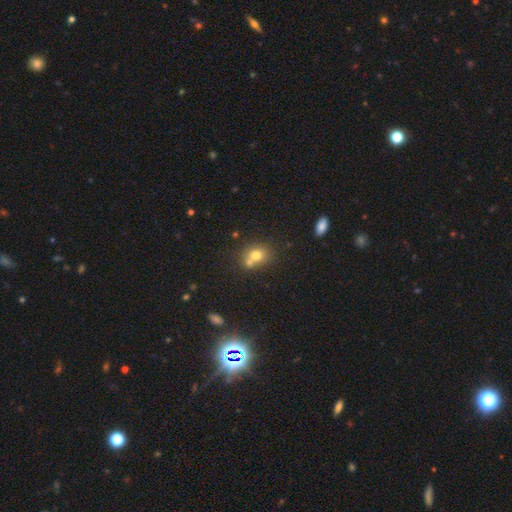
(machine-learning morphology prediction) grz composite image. It shows a smooth galaxy with no disk features (73%) that is round (55%). Merging: none (42%).